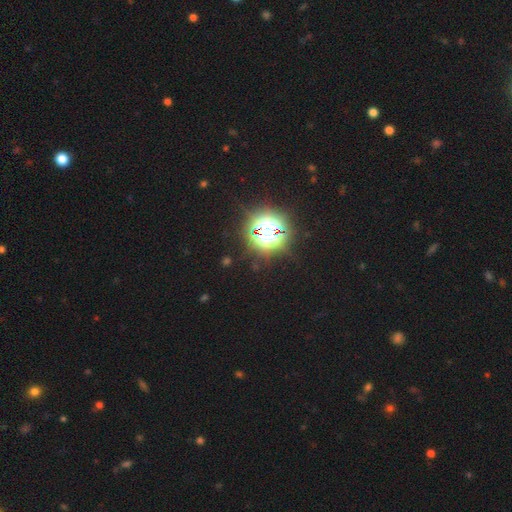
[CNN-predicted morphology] This appears to be a star or artifact, not a galaxy (83%).